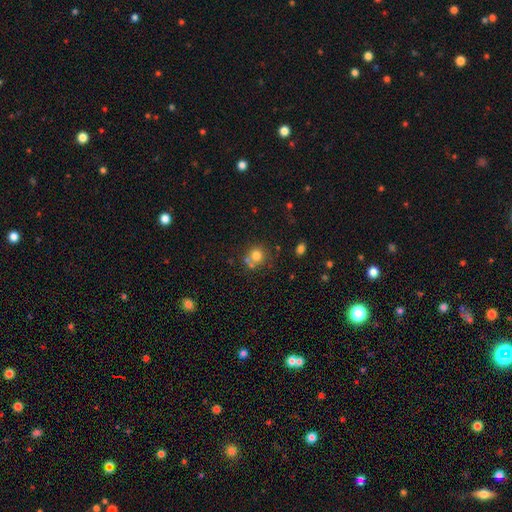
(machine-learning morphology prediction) smooth-or-featured: smooth: 76% | star or artifact: 13% | featured or disk: 11%
  how-rounded: round: 86% | in between: 13% | cigar-shaped: 1%
  merging: none: 57% | merger: 26% | minor disturbance: 12% | major disturbance: 5%